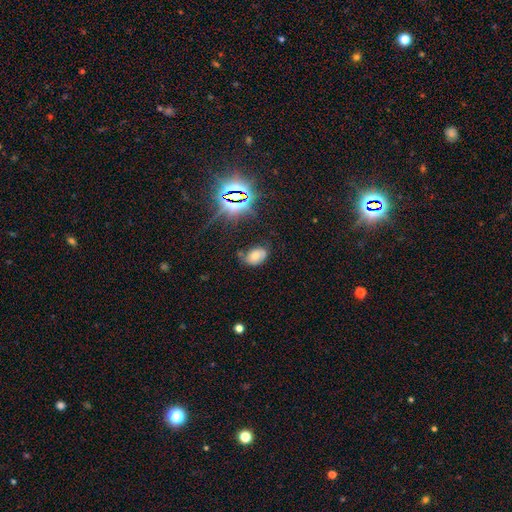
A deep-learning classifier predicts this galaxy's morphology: Smooth or featured? Predicted: smooth (p=0.60). How rounded? Predicted: in between (p=0.87). Merging? Predicted: none (p=0.62).